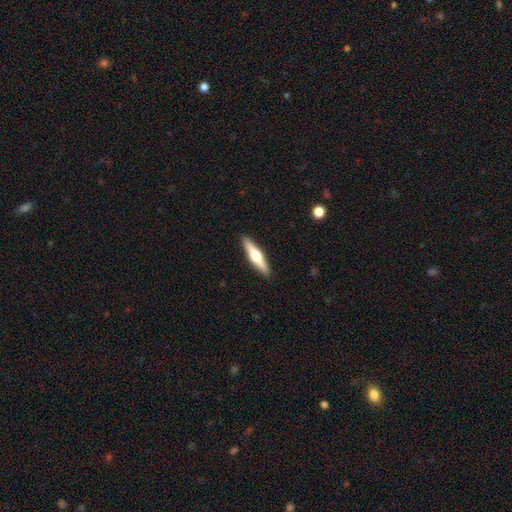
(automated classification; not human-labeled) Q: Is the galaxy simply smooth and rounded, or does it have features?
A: featured or disk — 59%.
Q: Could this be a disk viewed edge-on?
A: yes — 97%.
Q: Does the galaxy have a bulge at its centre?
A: rounded — 93%.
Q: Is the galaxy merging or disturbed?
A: none — 92%.